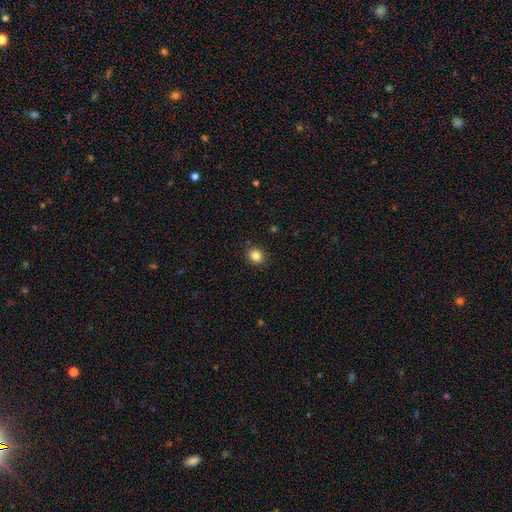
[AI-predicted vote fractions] smooth 84%, star or artifact 11%, featured or disk 5%. Down the decision tree: how rounded — round (71%); merging — none (90%).